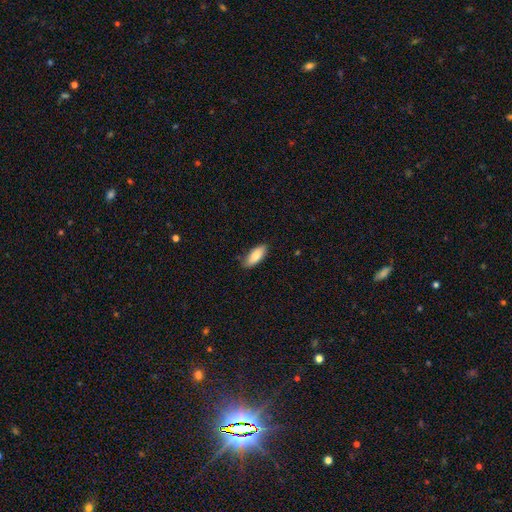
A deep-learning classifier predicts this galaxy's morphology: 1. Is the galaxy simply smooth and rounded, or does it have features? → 84% smooth, 10% featured or disk, 6% star or artifact.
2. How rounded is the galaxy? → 80% in between, 18% cigar-shaped, 2% round.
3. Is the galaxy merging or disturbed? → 84% none, 13% minor disturbance, 2% major disturbance, 1% merger.